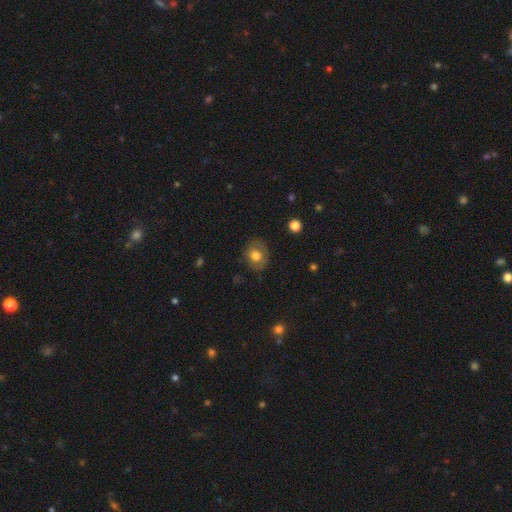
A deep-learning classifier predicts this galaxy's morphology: smooth_or_featured: smooth (p=0.68) [alt: featured or disk p=0.22]
how_rounded: round (p=0.63) [alt: in between p=0.36]
merging: none (p=0.80) [alt: minor disturbance p=0.14]